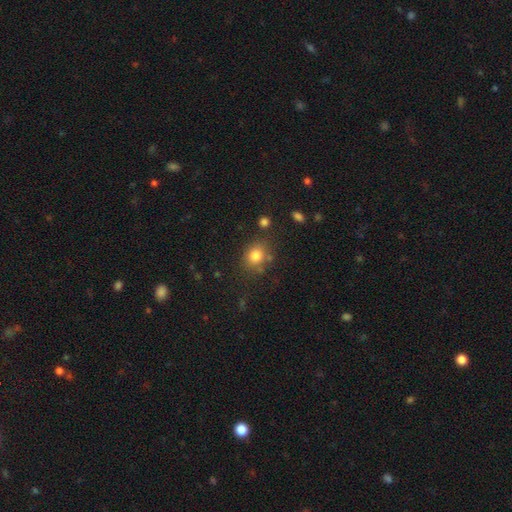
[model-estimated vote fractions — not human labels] Smooth or featured?
  - smooth: 81% *
  - star or artifact: 11%
  - featured or disk: 8%
How rounded?
  - round: 65% *
  - in between: 34%
  - cigar-shaped: 1%
Merging?
  - none: 73% *
  - minor disturbance: 15%
  - merger: 7%
  - major disturbance: 5%